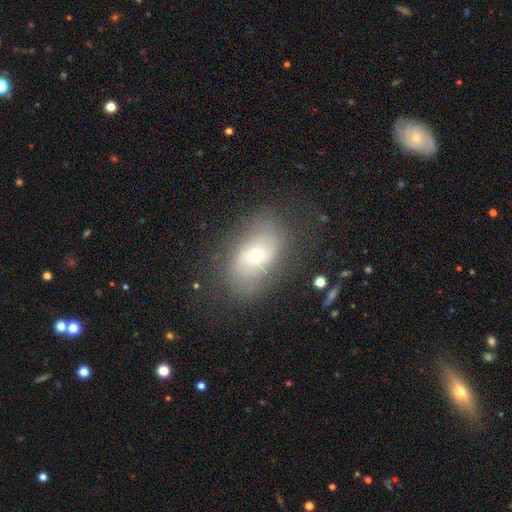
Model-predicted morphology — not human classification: The model was most divided on "smooth or featured": smooth: 52%, featured or disk: 36%, star or artifact: 12%. More confident: how rounded — in between (82%); merging — none (71%).